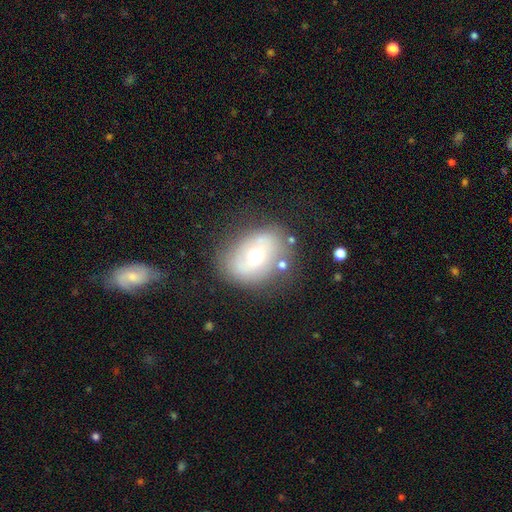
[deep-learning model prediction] A featured or disk galaxy (51%). Merging: none (69%).